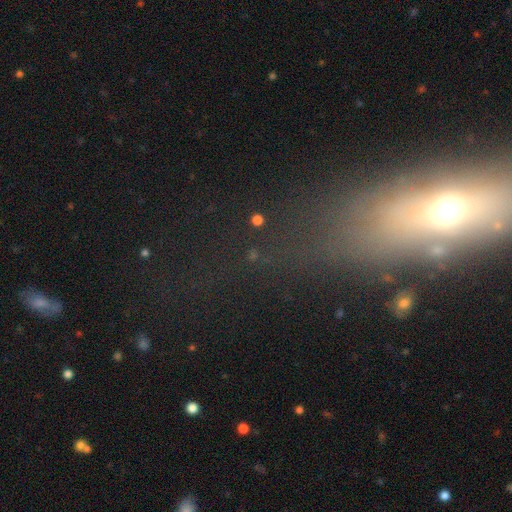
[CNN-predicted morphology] The model was most divided on "smooth or featured": star or artifact: 45%, smooth: 33%, featured or disk: 23%.